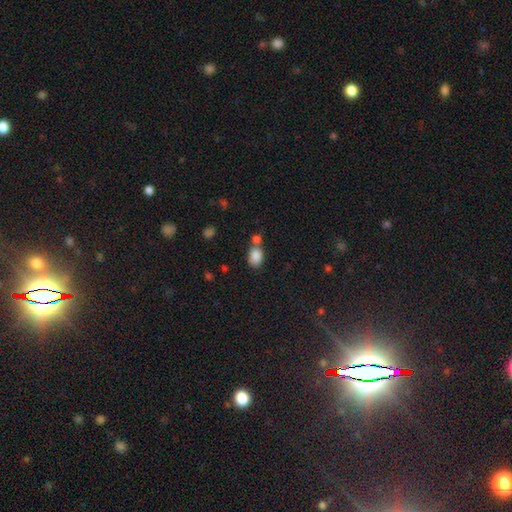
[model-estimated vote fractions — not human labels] A smooth galaxy with no disk features (86%) that is in between round and cigar-shaped (78%). Merging: none (49%).